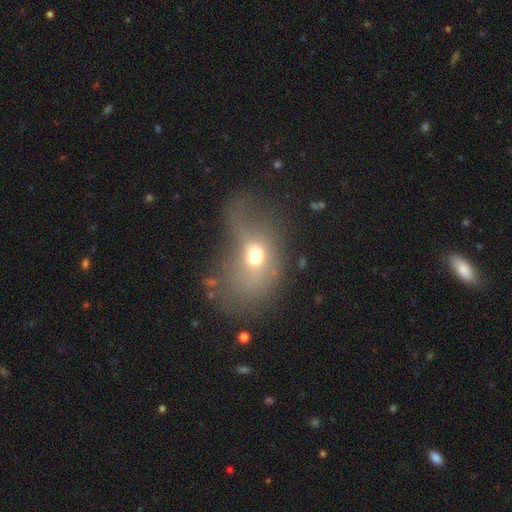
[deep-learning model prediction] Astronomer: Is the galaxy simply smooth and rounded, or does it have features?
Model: smooth — 54% (runner-up: featured or disk, 31%).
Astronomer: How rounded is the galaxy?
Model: in between — 73%.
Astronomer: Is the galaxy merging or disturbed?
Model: major disturbance — 39% (runner-up: none, 26%).